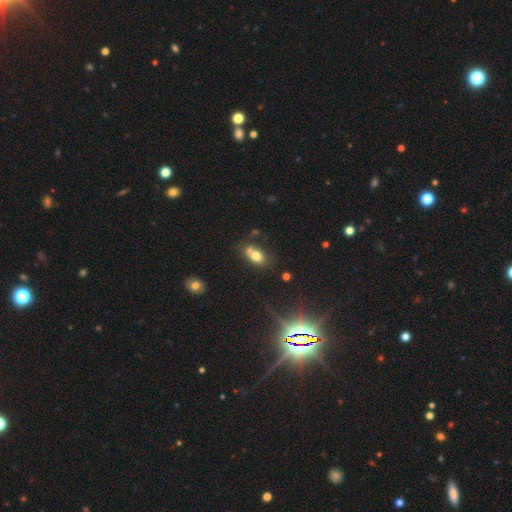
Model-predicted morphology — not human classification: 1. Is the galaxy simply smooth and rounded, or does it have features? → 74% smooth, 14% featured or disk, 12% star or artifact.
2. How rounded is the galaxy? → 70% in between, 28% round, 2% cigar-shaped.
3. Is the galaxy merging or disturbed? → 45% none, 33% merger, 16% minor disturbance, 6% major disturbance.